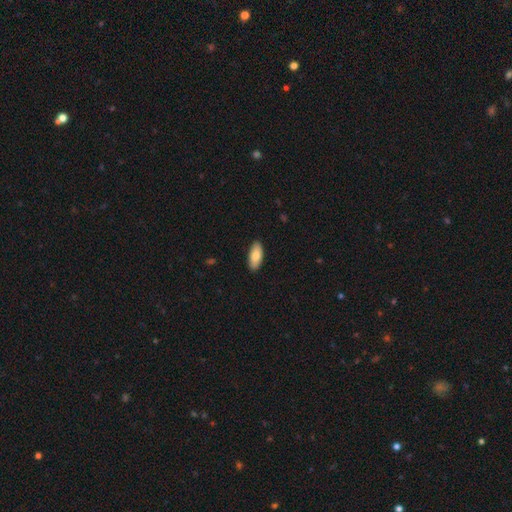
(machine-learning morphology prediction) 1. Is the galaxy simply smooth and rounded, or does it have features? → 83% smooth, 11% featured or disk, 6% star or artifact.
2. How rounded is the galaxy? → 87% in between, 12% cigar-shaped, 2% round.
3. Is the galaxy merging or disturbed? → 90% none, 8% minor disturbance, 2% major disturbance, 1% merger.